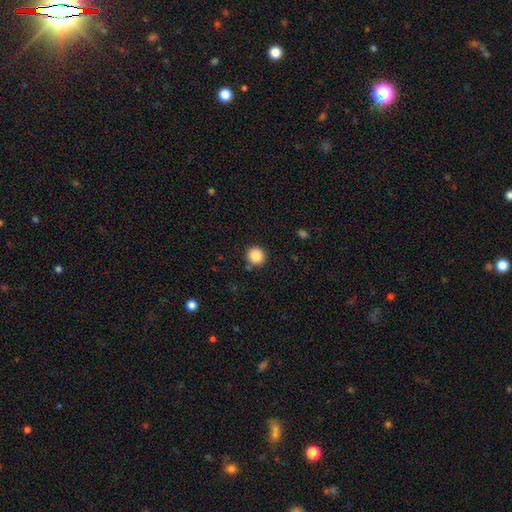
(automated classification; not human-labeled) Smooth or featured? Predicted: smooth (p=0.86). How rounded? Predicted: round (p=0.92). Merging? Predicted: none (p=0.89).